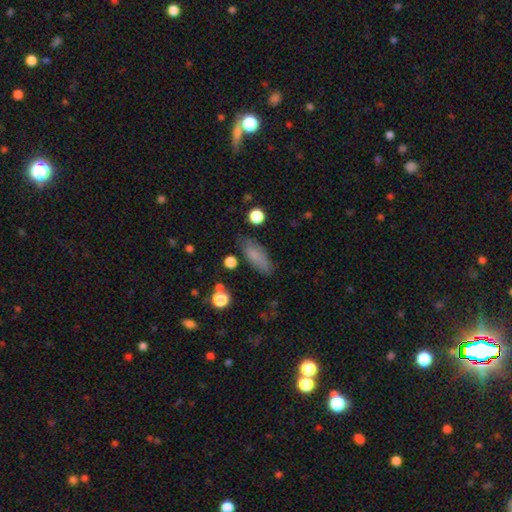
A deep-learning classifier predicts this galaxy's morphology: This appears to be a smooth galaxy with no disk features (78%) that is in between round and cigar-shaped (70%). Merging: none (72%).